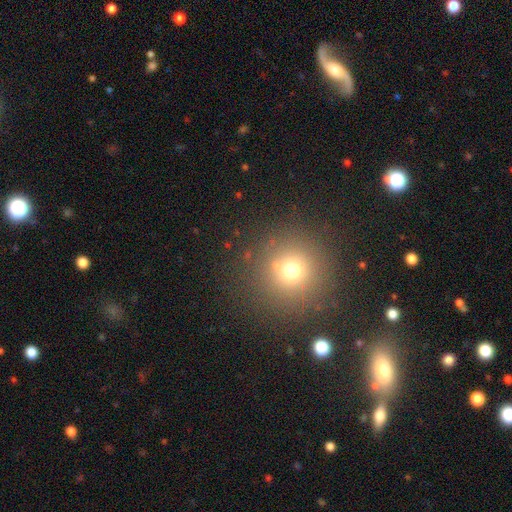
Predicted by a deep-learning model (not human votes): This appears to be a smooth galaxy with no disk features (54%) that is round (93%). Merging: none (87%).